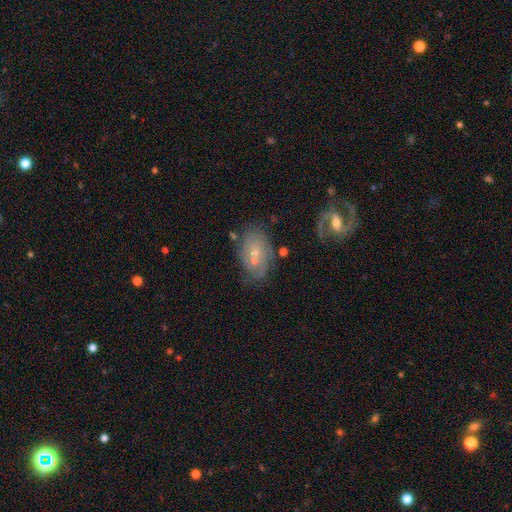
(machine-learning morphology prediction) Overall: featured or disk (65%). Edge-on disk: no (95%). Bar: no (54%; weak 38%). Spiral arms: yes (86%). Spiral arm count: 2 (53%; can't tell 29%). Spiral winding: tight (47%; medium 40%). Bulge size: small (64%; moderate 30%). Merging: none (70%).